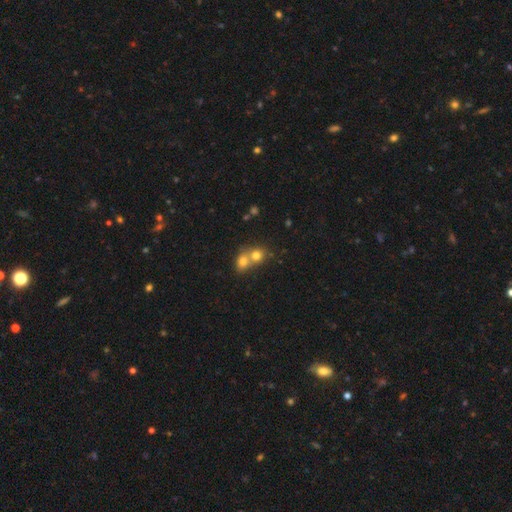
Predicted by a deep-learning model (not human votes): Overall: smooth (75%). How rounded: round (73%). Merging: merger (64%; none 29%).